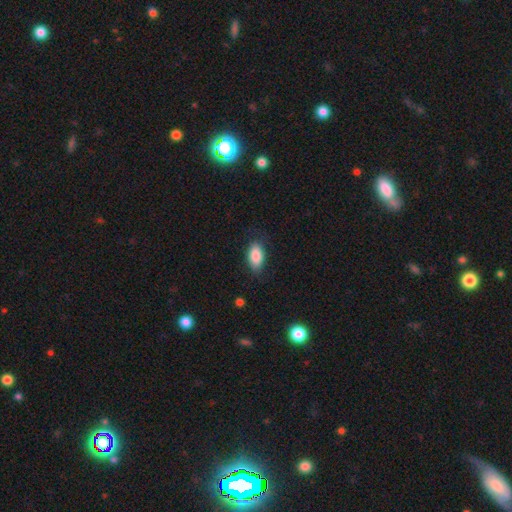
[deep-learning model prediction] smooth 87%, star or artifact 7%, featured or disk 6%. Down the decision tree: how rounded — in between (92%); merging — none (78%).